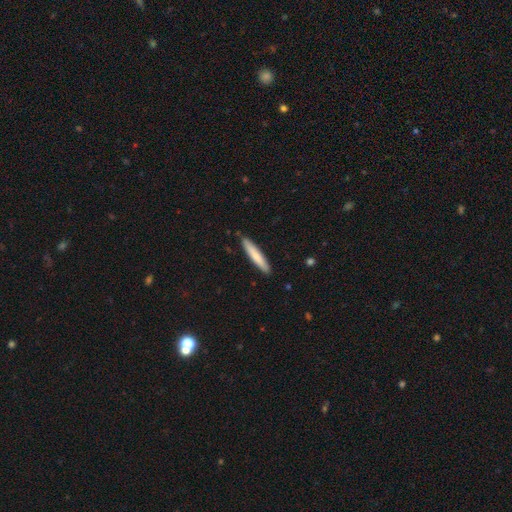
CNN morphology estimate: smooth 75%, featured or disk 20%, star or artifact 5%. Down the decision tree: how rounded — cigar-shaped (93%); merging — none (89%).